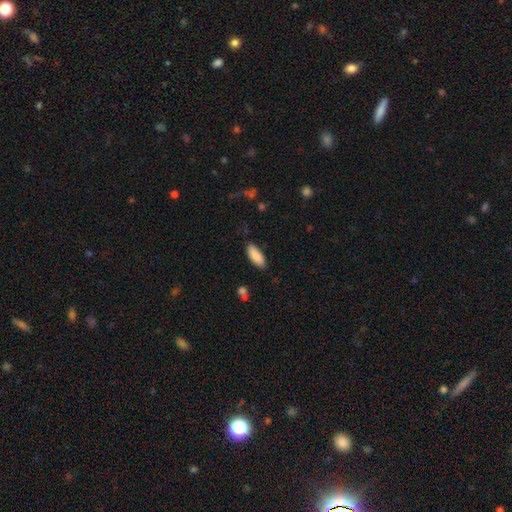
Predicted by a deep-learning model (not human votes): Morphology: type=smooth (89%); roundness=in between (79%); merging=none (85%).